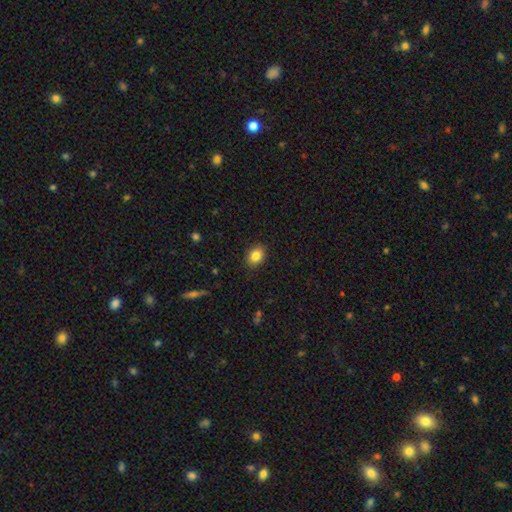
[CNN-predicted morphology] smooth_or_featured: smooth (p=0.85) [alt: star or artifact p=0.09]
how_rounded: in between (p=0.67) [alt: round p=0.32]
merging: none (p=0.87) [alt: minor disturbance p=0.10]